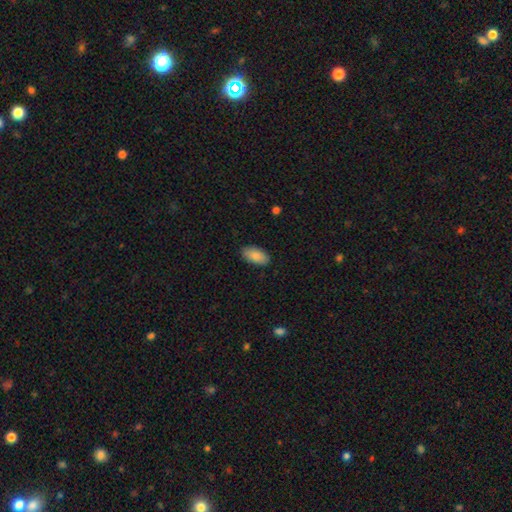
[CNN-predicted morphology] Overall: smooth (88%). How rounded: in between (93%). Merging: none (87%).